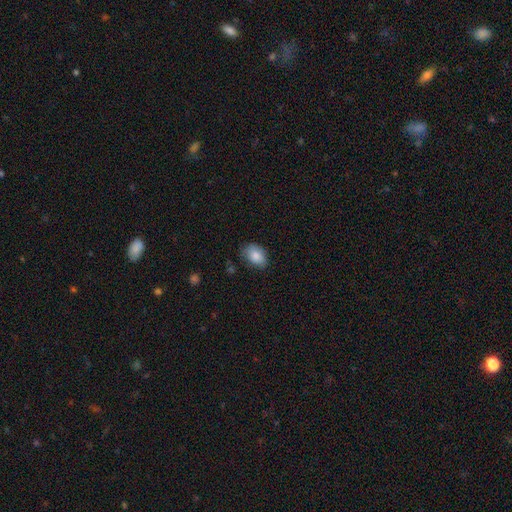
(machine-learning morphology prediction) This is clearly a smooth galaxy (85%). How rounded: clearly in between (83%). Merging: likely none (72%).